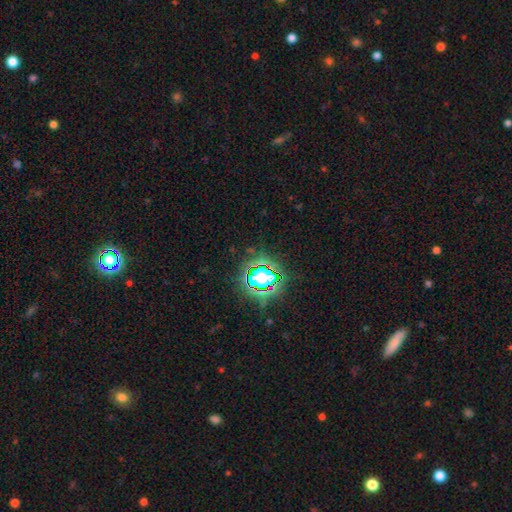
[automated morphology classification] A star or artifact, not a galaxy (79%).